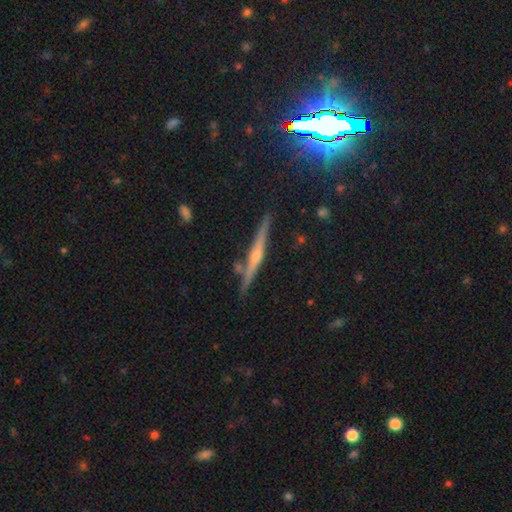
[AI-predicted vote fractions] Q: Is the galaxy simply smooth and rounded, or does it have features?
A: featured or disk — 69%.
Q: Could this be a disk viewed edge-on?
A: yes — 95%.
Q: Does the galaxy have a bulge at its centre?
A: rounded — 76%.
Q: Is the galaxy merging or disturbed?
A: none — 81%.